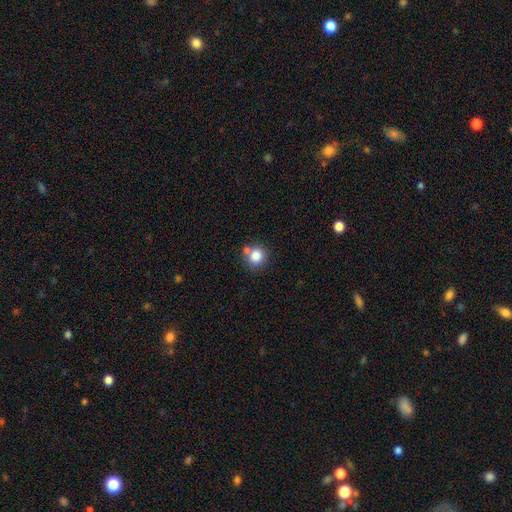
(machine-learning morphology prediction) smooth-or-featured: smooth: 83% | star or artifact: 11% | featured or disk: 7%
  how-rounded: round: 87% | in between: 12% | cigar-shaped: 1%
  merging: none: 66% | merger: 19% | minor disturbance: 11% | major disturbance: 4%